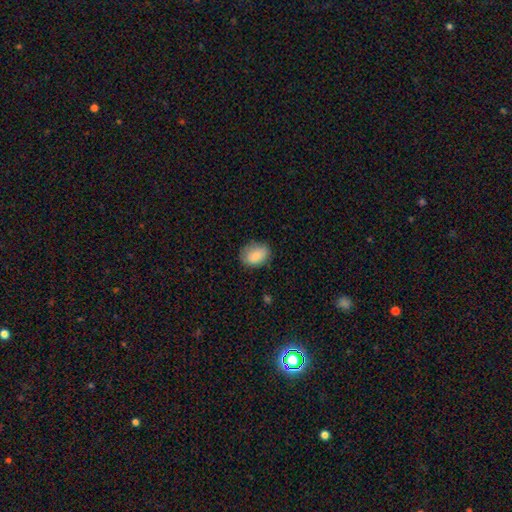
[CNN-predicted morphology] Overall: smooth (86%). How rounded: in between (70%). Merging: none (77%).